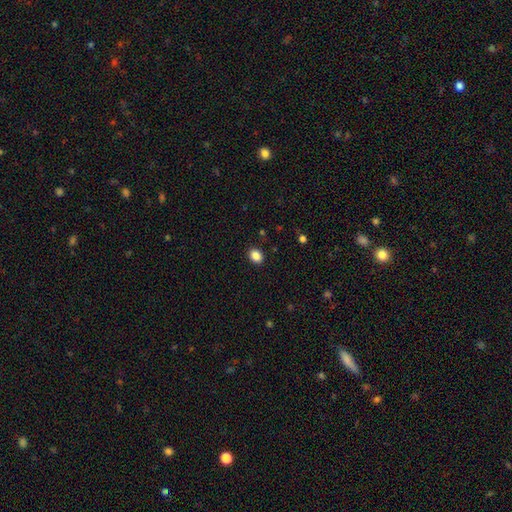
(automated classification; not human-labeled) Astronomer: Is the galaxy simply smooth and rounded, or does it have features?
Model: smooth — 87%.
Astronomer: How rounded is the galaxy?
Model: in between — 60% (runner-up: round, 39%).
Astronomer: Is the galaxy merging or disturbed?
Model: none — 90%.